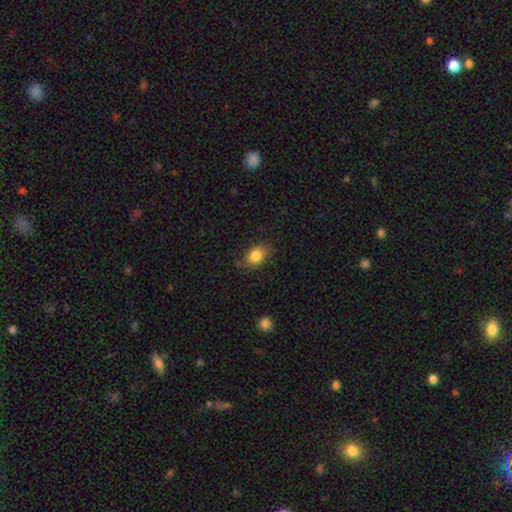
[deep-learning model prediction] Smooth or featured: smooth — 84% (star or artifact — 8%)
How rounded: in between — 73% (round — 25%)
Merging: none — 77% (minor disturbance — 18%)